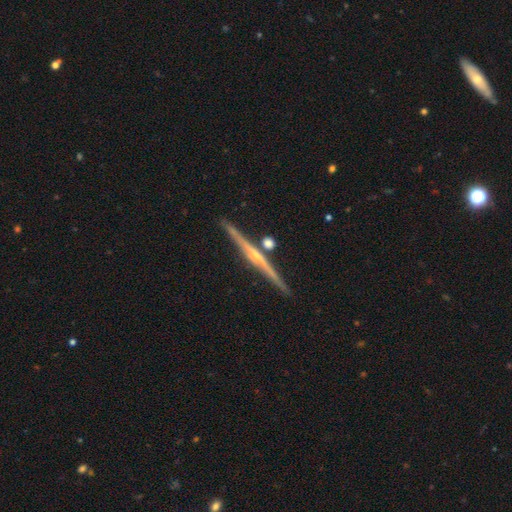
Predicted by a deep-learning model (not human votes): featured or disk 85%, smooth 9%, star or artifact 5%. Down the decision tree: edge-on disk — yes (98%); edge-on bulge — rounded (78%); merging — none (88%).